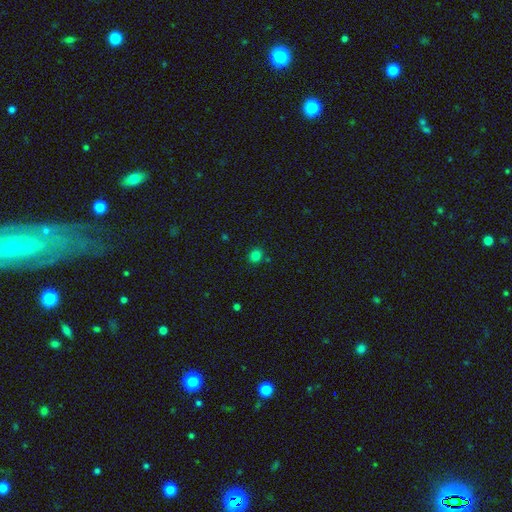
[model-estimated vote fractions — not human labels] smooth_or_featured: smooth (p=0.81) [alt: star or artifact p=0.15]
how_rounded: round (p=0.81) [alt: in between p=0.18]
merging: none (p=0.86) [alt: minor disturbance p=0.08]